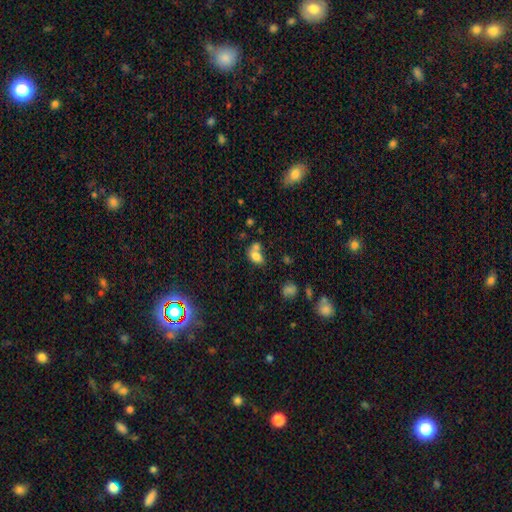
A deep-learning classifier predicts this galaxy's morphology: Overall: smooth (76%). How rounded: in between (76%). Merging: merger (48%; none 33%).